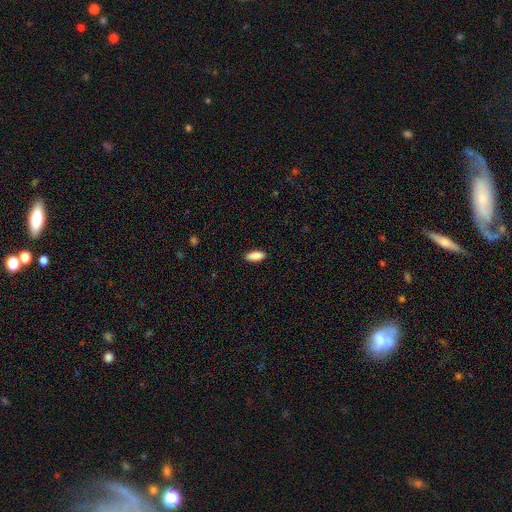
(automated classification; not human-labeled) smooth_or_featured: smooth (p=0.90) [alt: star or artifact p=0.06]
how_rounded: in between (p=0.82) [alt: cigar-shaped p=0.16]
merging: none (p=0.88) [alt: minor disturbance p=0.09]